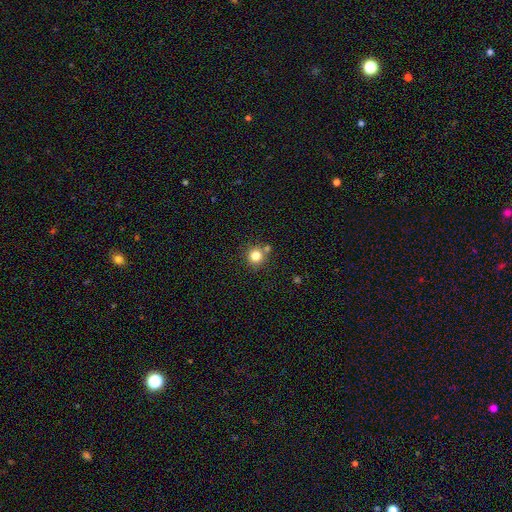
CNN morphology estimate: type=smooth (81%); roundness=round (93%); merging=none (72%).